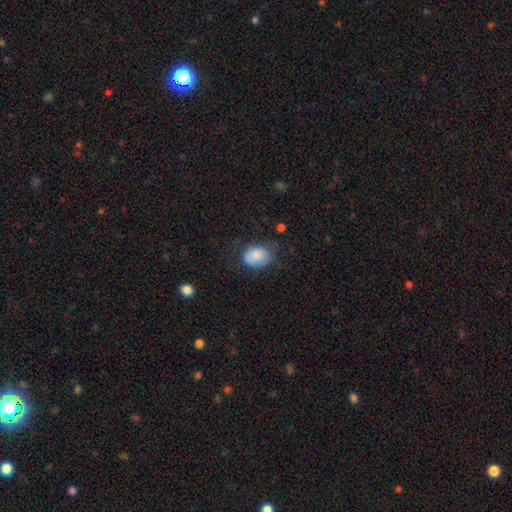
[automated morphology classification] smooth 84%, featured or disk 9%, star or artifact 8%. Down the decision tree: how rounded — in between (65%); merging — none (56%).